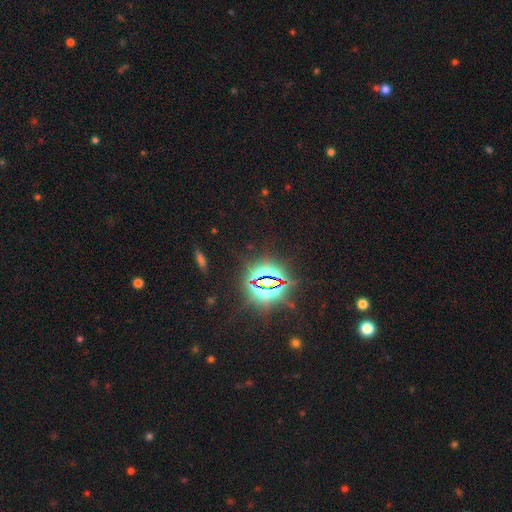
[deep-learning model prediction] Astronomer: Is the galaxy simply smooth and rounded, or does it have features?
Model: star or artifact — 85%.